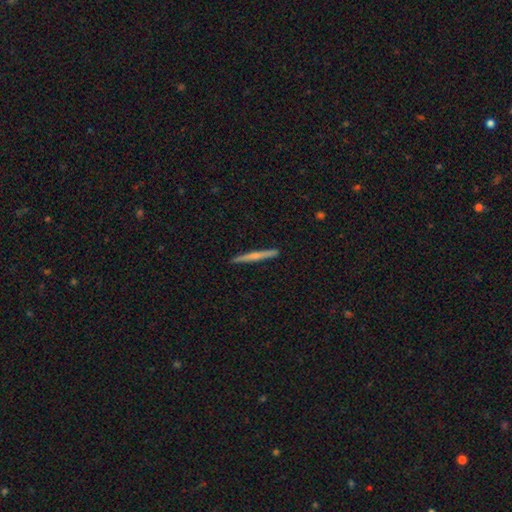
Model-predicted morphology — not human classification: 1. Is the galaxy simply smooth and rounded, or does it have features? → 55% featured or disk, 39% smooth, 6% star or artifact.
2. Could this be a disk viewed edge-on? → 98% yes, 2% no.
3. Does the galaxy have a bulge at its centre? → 60% rounded, 33% none, 7% boxy.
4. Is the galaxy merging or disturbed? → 92% none, 5% minor disturbance, 1% major disturbance, 1% merger.